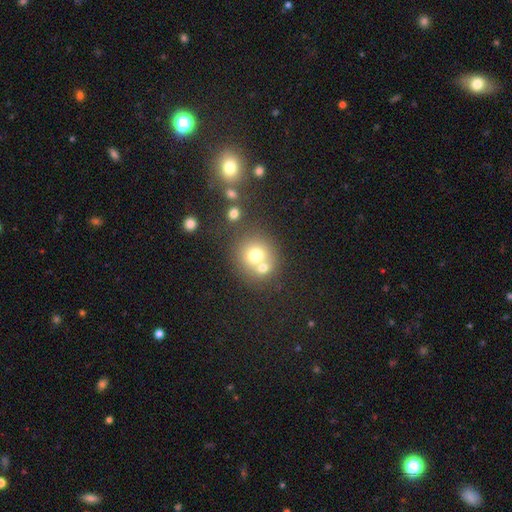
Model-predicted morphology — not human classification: Smooth or featured?
  - smooth: 70% *
  - featured or disk: 16%
  - star or artifact: 13%
How rounded?
  - round: 84% *
  - in between: 15%
  - cigar-shaped: 1%
Merging?
  - none: 44% * (tied)
  - merger: 44% * (tied)
  - minor disturbance: 8%
  - major disturbance: 4%